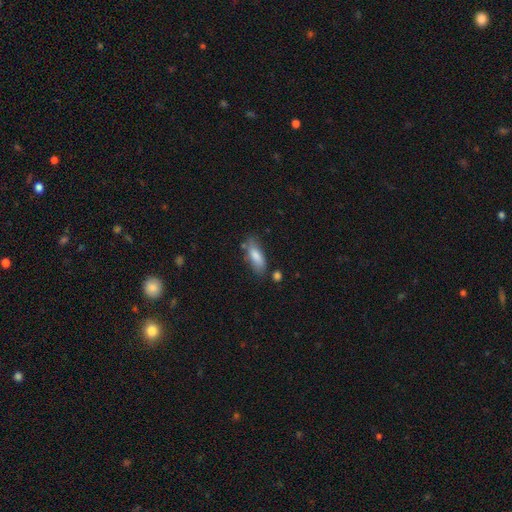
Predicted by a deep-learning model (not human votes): Smooth or featured? smooth (80%)
How rounded? in between (68%)
Merging? none (66%)